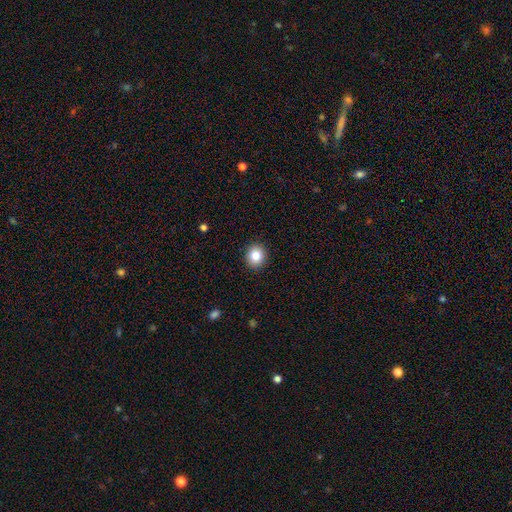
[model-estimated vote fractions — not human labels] smooth_or_featured: smooth (p=0.84) [alt: star or artifact p=0.10]
how_rounded: round (p=0.79) [alt: in between p=0.20]
merging: none (p=0.92) [alt: minor disturbance p=0.06]